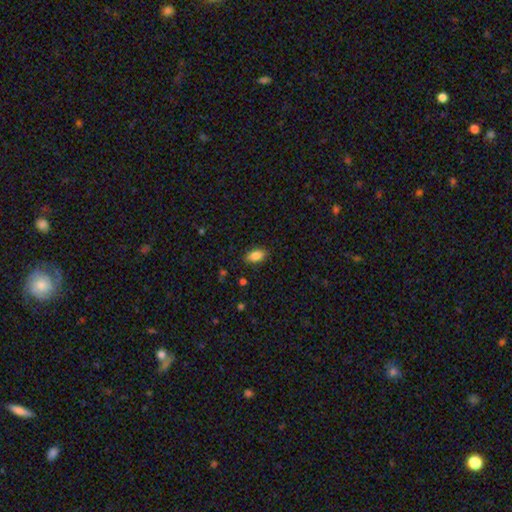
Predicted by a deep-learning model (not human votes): Overall: smooth (86%). How rounded: in between (91%). Merging: none (86%).